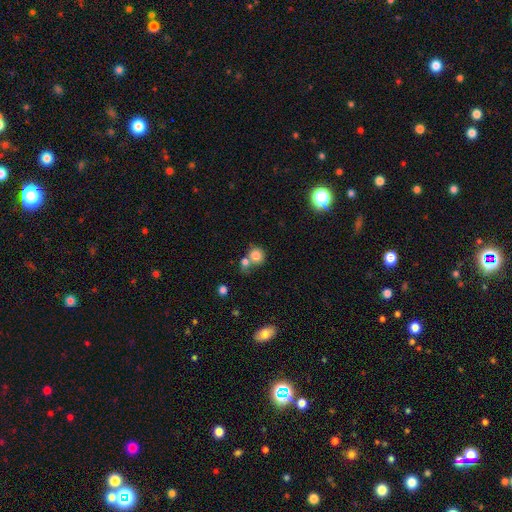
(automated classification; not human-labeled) A smooth galaxy with no disk features (82%) that is round (82%).

Vote fractions:
- Smooth or featured? smooth: 82% / star or artifact: 10% / featured or disk: 8%
- How rounded? round: 82% / in between: 17% / cigar-shaped: 1%
- Merging? none: 46% / merger: 39% / minor disturbance: 10% / major disturbance: 5%